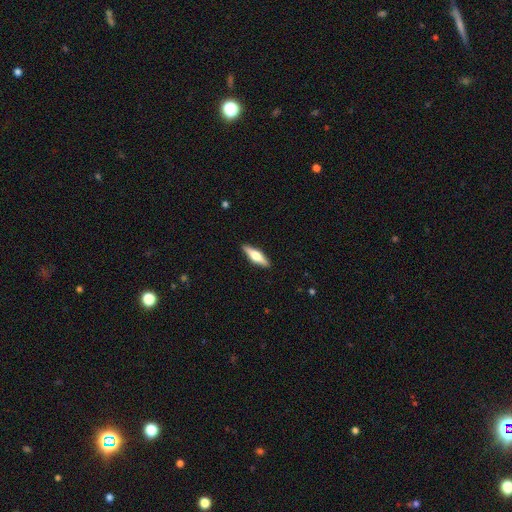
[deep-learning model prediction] smooth-or-featured: featured or disk: 52% | smooth: 43% | star or artifact: 5%
  disk-edge-on: yes: 95% | no: 5%
  merging: none: 90% | minor disturbance: 7% | major disturbance: 2% | merger: 1%